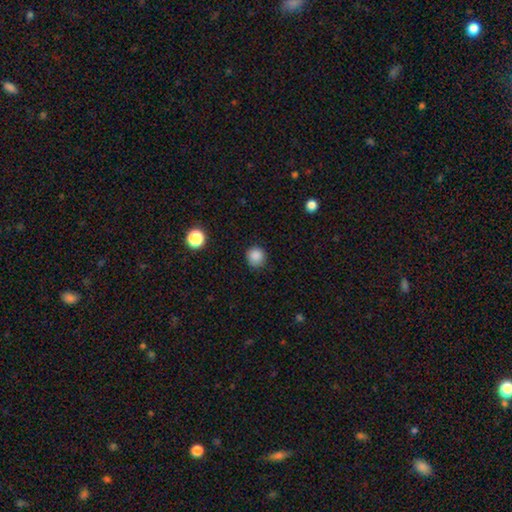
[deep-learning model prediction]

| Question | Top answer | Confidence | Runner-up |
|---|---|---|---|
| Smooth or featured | smooth | 86% | star or artifact (11%) |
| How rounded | round | 91% | in between (8%) |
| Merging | none | 87% | minor disturbance (10%) |